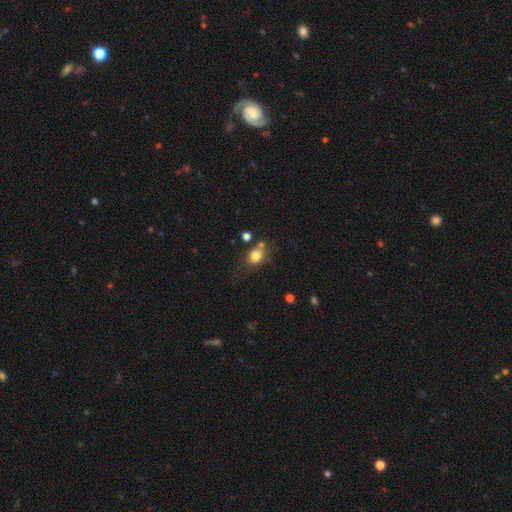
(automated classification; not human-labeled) This appears to be a smooth galaxy with no disk features (79%) that is round (56%). Merging: none (60%).